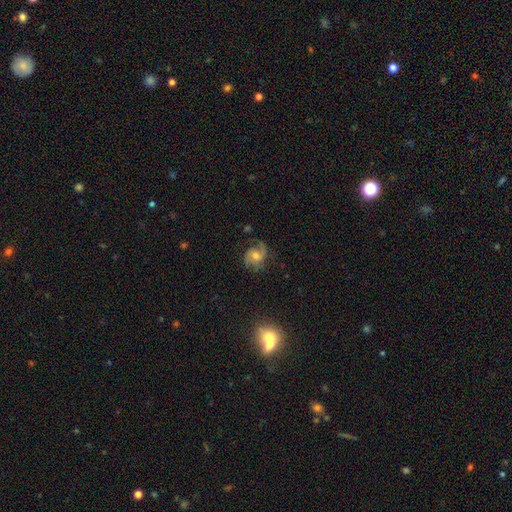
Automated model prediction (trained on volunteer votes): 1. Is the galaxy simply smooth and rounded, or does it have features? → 70% featured or disk, 21% smooth, 9% star or artifact.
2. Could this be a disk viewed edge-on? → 97% no, 3% yes.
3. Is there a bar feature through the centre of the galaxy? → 60% no, 34% weak, 7% strong.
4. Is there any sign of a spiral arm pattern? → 93% yes, 7% no.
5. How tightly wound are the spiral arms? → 48% medium, 31% loose, 21% tight.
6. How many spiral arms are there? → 66% 2, 11% 1, 10% can't tell, 9% 3, 2% 4, 2% more than 4.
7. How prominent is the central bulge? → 58% moderate, 30% small, 7% large, 4% none, 1% dominant.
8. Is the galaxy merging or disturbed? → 64% none, 21% minor disturbance, 14% major disturbance, 2% merger.